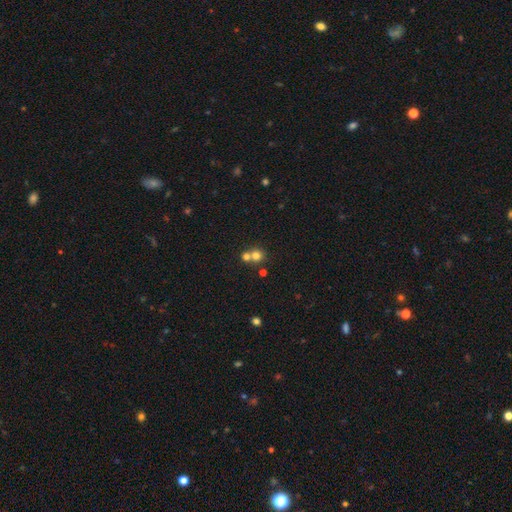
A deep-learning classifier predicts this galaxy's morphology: Smooth or featured?
  - smooth: 73% *
  - star or artifact: 15%
  - featured or disk: 12%
How rounded?
  - round: 89% *
  - in between: 10%
  - cigar-shaped: 1%
Merging?
  - merger: 50% *
  - none: 43%
  - minor disturbance: 5%
  - major disturbance: 2%